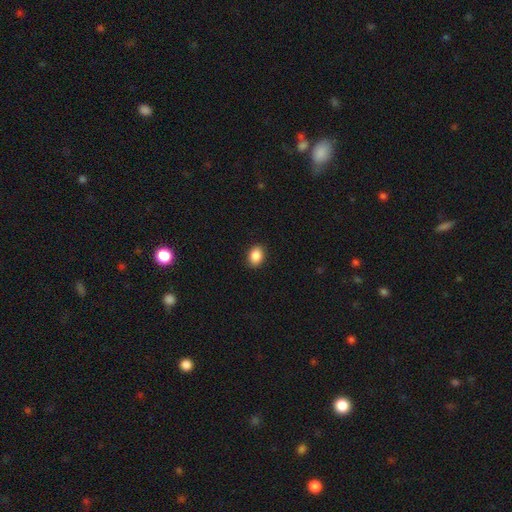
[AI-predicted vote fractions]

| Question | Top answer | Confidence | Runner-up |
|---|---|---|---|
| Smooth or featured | smooth | 88% | star or artifact (8%) |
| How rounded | in between | 71% | round (28%) |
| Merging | none | 90% | minor disturbance (7%) |